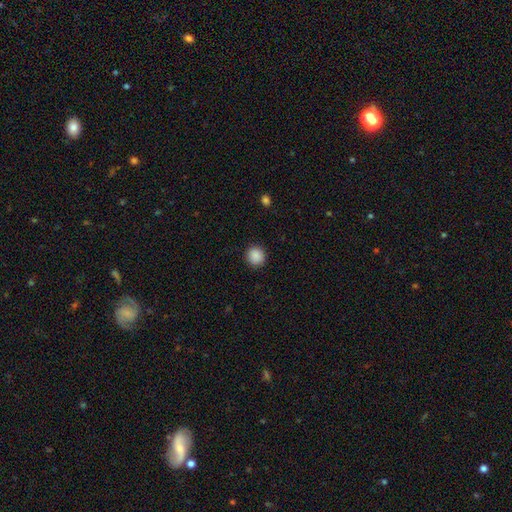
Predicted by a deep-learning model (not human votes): Overall: smooth (89%). How rounded: round (91%). Merging: none (91%).